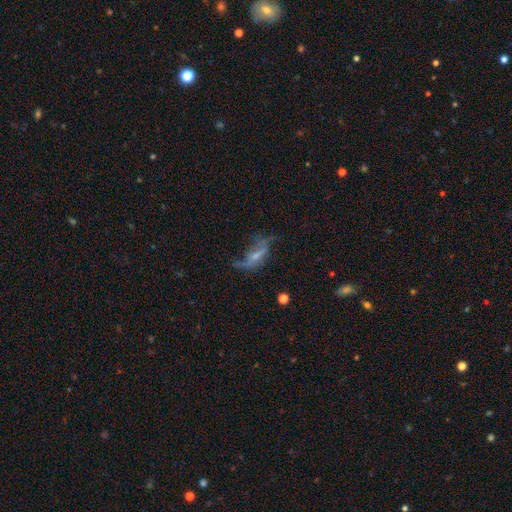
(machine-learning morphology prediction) smooth_or_featured: featured or disk (p=0.63) [alt: smooth p=0.26]
disk_edge_on: no (p=0.76) [alt: yes p=0.24]
merging: major disturbance (p=0.37) [alt: none p=0.35]